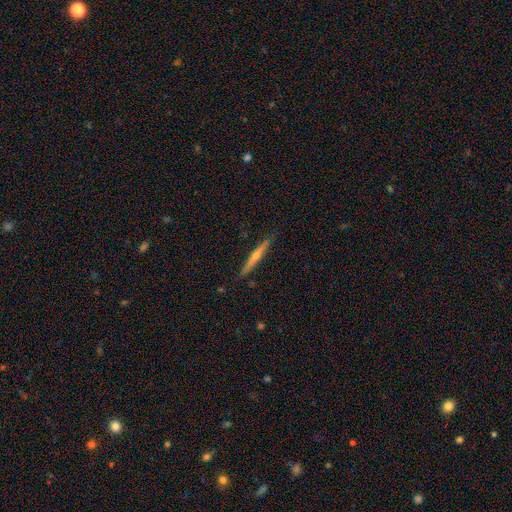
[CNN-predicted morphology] This appears to be a featured or disk galaxy (60%) viewed edge-on (97%) with a rounded central bulge (69%). Merging: none (88%).